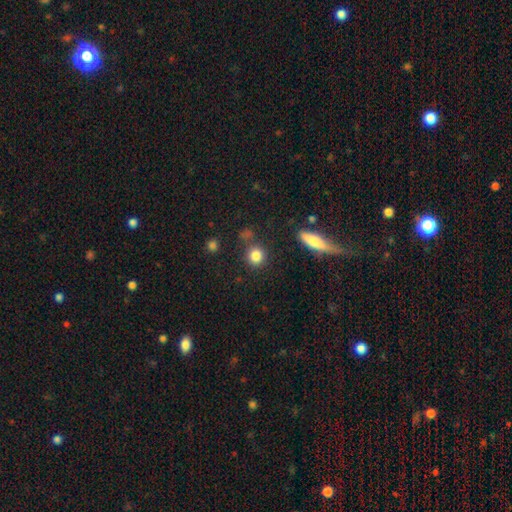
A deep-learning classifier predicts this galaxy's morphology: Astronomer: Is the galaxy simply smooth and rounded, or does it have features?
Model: smooth — 85%.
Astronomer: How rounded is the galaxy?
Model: round — 84%.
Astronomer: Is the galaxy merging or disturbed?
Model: none — 80%.